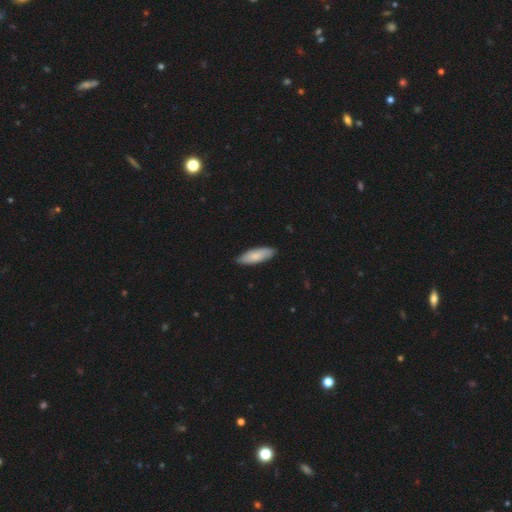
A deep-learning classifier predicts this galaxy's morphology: A smooth galaxy with no disk features (78%) that is in between round and cigar-shaped (53%).

Vote fractions:
- Smooth or featured? smooth: 78% / featured or disk: 17% / star or artifact: 5%
- How rounded? in between: 53% / cigar-shaped: 45% / round: 2%
- Merging? none: 84% / minor disturbance: 13% / major disturbance: 2% / merger: 1%